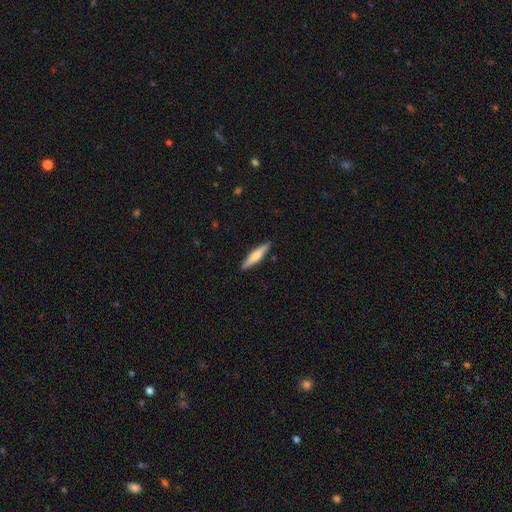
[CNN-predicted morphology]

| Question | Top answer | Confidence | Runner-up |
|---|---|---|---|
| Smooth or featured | smooth | 56% | featured or disk (39%) |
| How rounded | cigar-shaped | 84% | in between (15%) |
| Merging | none | 89% | minor disturbance (8%) |